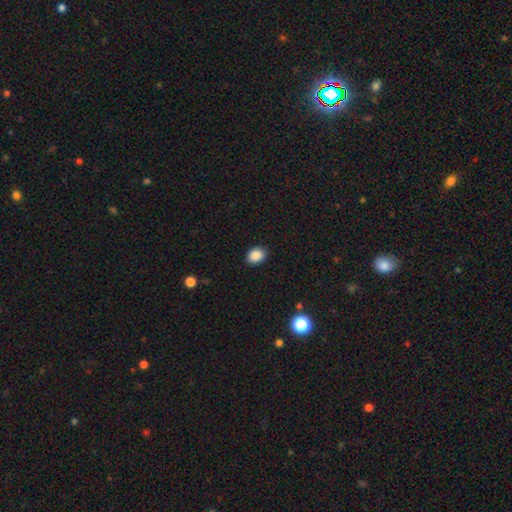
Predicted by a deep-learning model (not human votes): smooth_or_featured: smooth (p=0.89) [alt: star or artifact p=0.08]
how_rounded: in between (p=0.66) [alt: round p=0.33]
merging: none (p=0.88) [alt: minor disturbance p=0.08]